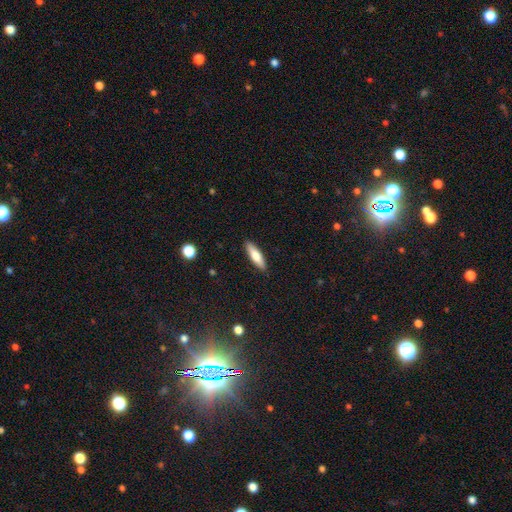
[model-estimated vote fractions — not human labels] smooth_or_featured: smooth (p=0.74) [alt: featured or disk p=0.20]
how_rounded: cigar-shaped (p=0.65) [alt: in between p=0.33]
merging: none (p=0.89) [alt: minor disturbance p=0.08]